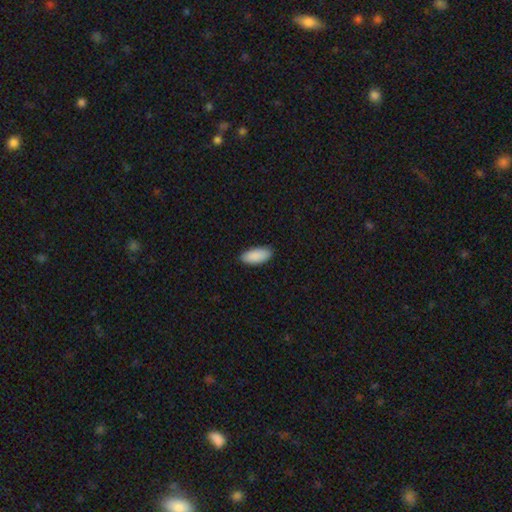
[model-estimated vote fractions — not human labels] smooth_or_featured: smooth (p=0.91) [alt: star or artifact p=0.06]
how_rounded: in between (p=0.89) [alt: cigar-shaped p=0.10]
merging: none (p=0.87) [alt: minor disturbance p=0.10]